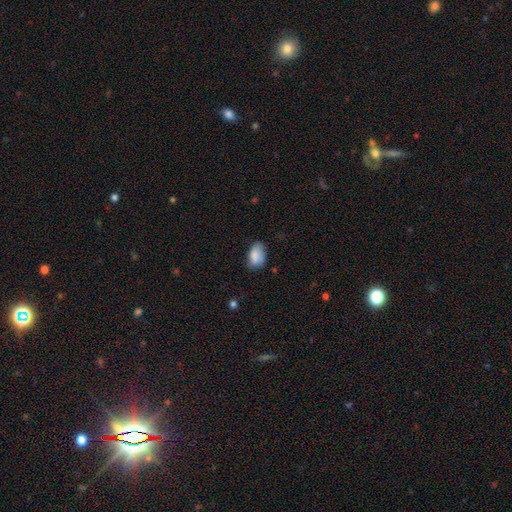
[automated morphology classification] Smooth or featured: smooth — 84% (featured or disk — 9%)
How rounded: in between — 90% (round — 8%)
Merging: none — 62% (minor disturbance — 29%)